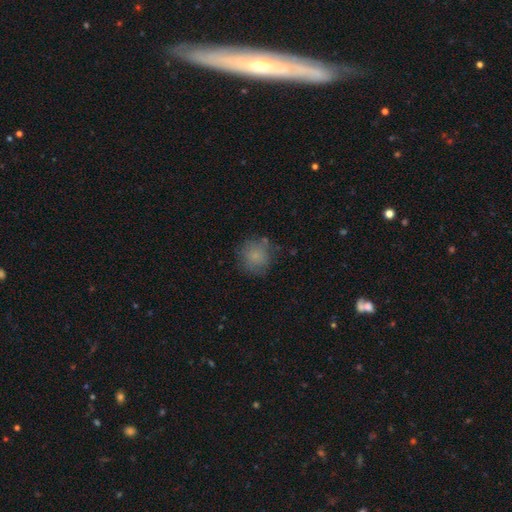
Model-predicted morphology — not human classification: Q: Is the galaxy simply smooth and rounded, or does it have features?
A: smooth — 79%.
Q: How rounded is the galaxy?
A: round — 91%.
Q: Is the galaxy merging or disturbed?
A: none — 74%.